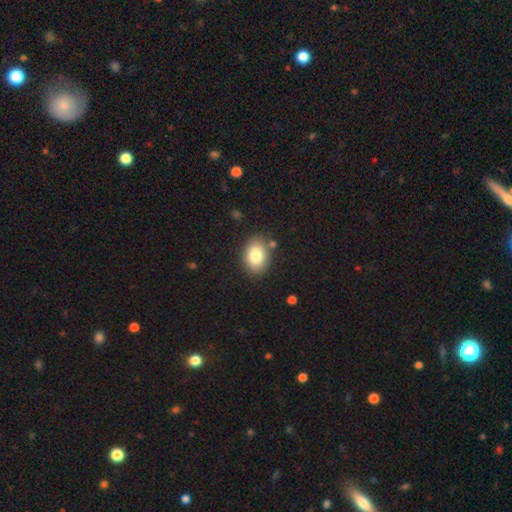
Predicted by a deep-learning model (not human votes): Smooth or featured?
  - smooth: 81% *
  - featured or disk: 11%
  - star or artifact: 8%
How rounded?
  - in between: 75% *
  - round: 24%
  - cigar-shaped: 1%
Merging?
  - none: 83% *
  - minor disturbance: 11%
  - merger: 3%
  - major disturbance: 3%